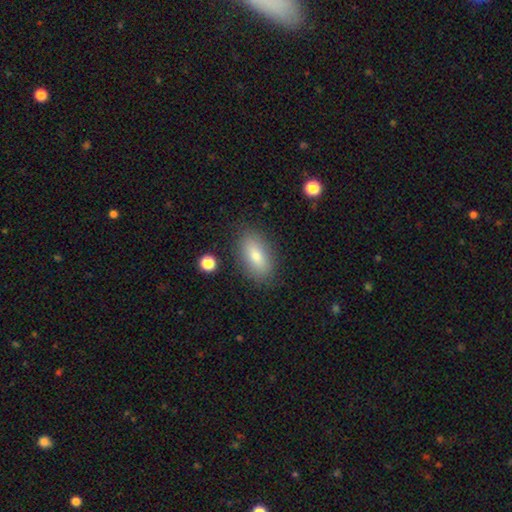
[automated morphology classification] smooth 78%, featured or disk 14%, star or artifact 8%. Down the decision tree: how rounded — in between (86%); merging — none (86%).